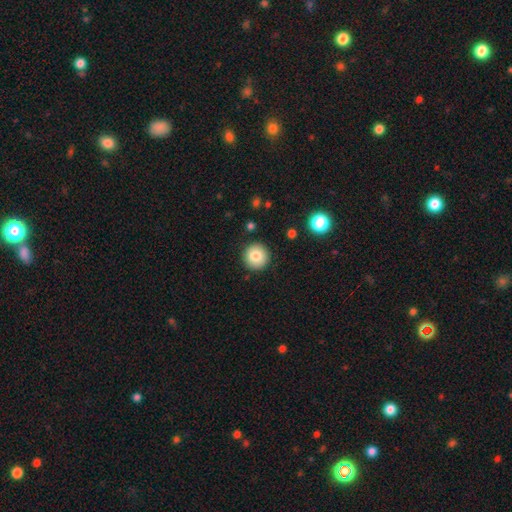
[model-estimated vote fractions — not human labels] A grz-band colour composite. It shows a smooth galaxy with no disk features (81%) that is round (95%). Merging: none (90%).